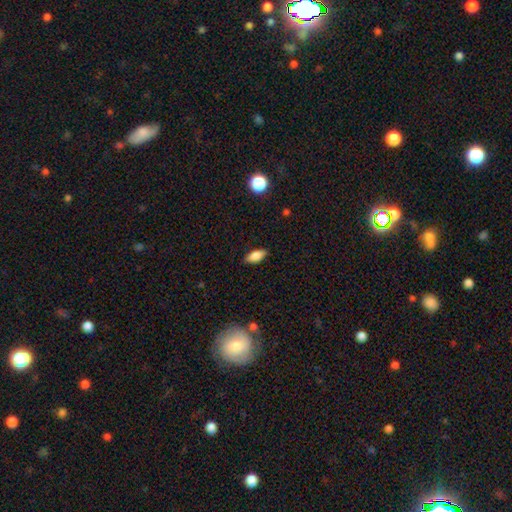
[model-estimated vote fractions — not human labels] smooth-or-featured: smooth: 83% | featured or disk: 9% | star or artifact: 8%
  how-rounded: in between: 85% | cigar-shaped: 12% | round: 3%
  merging: none: 87% | minor disturbance: 10% | major disturbance: 2% | merger: 1%